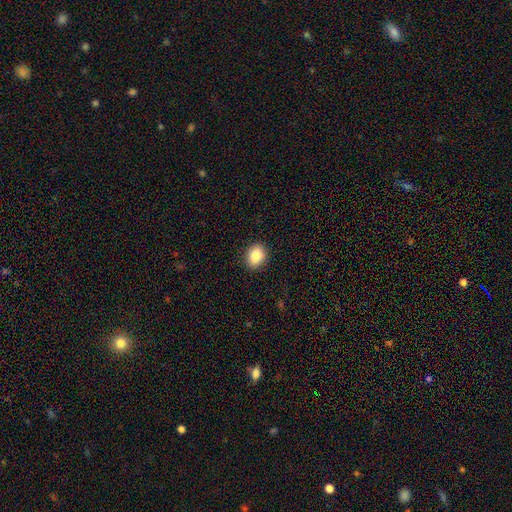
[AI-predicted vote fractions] A smooth galaxy with no disk features (85%) that is in between round and cigar-shaped (56%).

Vote fractions:
- Smooth or featured? smooth: 85% / star or artifact: 9% / featured or disk: 7%
- How rounded? in between: 56% / round: 43% / cigar-shaped: 1%
- Merging? none: 90% / minor disturbance: 7% / major disturbance: 2% / merger: 1%